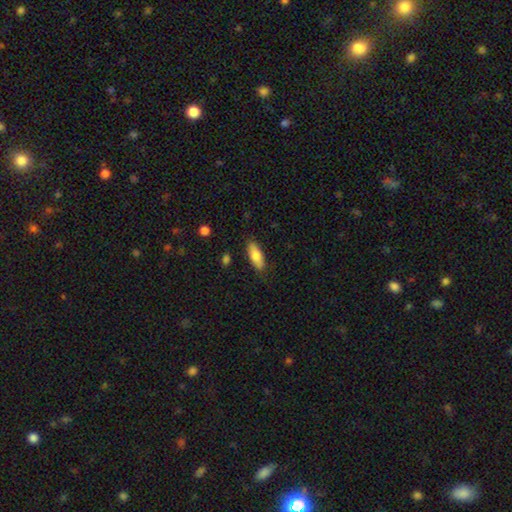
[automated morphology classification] Smooth or featured? Predicted: smooth (p=0.79). How rounded? Predicted: in between (p=0.71). Merging? Predicted: none (p=0.85).